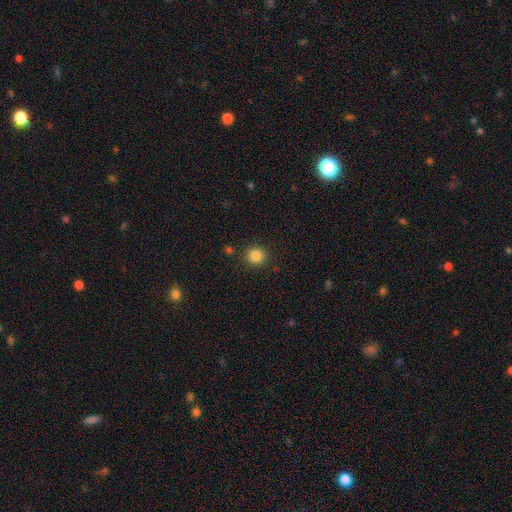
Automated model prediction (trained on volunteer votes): This is clearly a smooth galaxy (85%). How rounded: clearly round (90%). Merging: clearly none (89%).